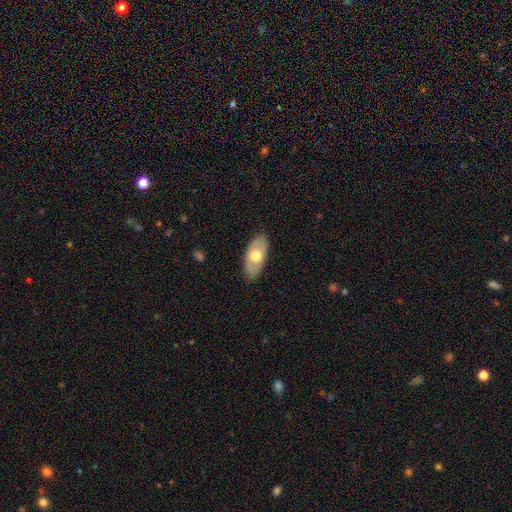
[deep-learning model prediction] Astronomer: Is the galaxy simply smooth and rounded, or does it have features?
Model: smooth — 59% (runner-up: featured or disk, 36%).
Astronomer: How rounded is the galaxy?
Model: in between — 91%.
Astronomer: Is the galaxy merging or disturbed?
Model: none — 83%.